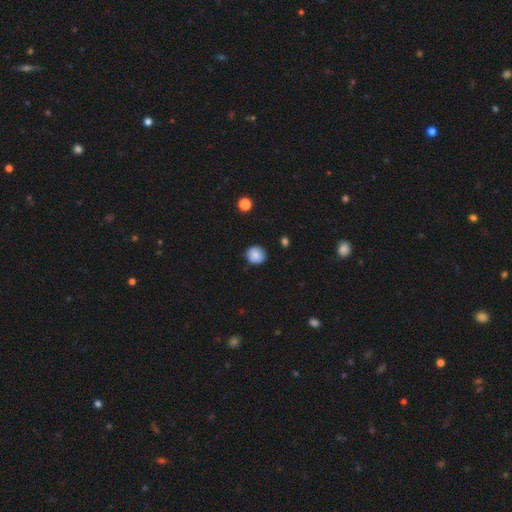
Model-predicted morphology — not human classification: smooth_or_featured: smooth (p=0.86) [alt: star or artifact p=0.09]
how_rounded: round (p=0.91) [alt: in between p=0.08]
merging: none (p=0.87) [alt: minor disturbance p=0.10]